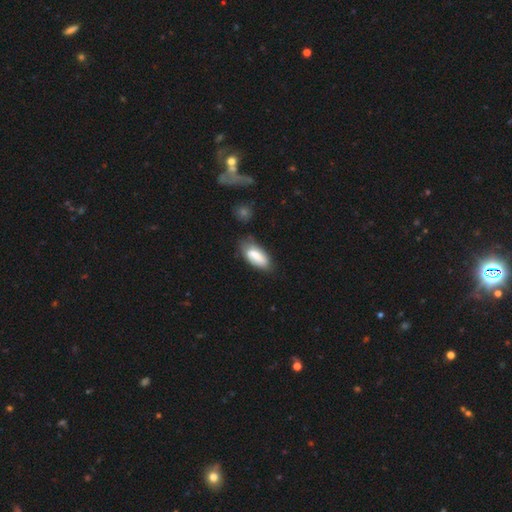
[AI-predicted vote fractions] Smooth or featured?
  - smooth: 76% *
  - featured or disk: 17%
  - star or artifact: 7%
How rounded?
  - in between: 86% *
  - cigar-shaped: 12%
  - round: 2%
Merging?
  - none: 54% *
  - minor disturbance: 30%
  - major disturbance: 9%
  - merger: 7%